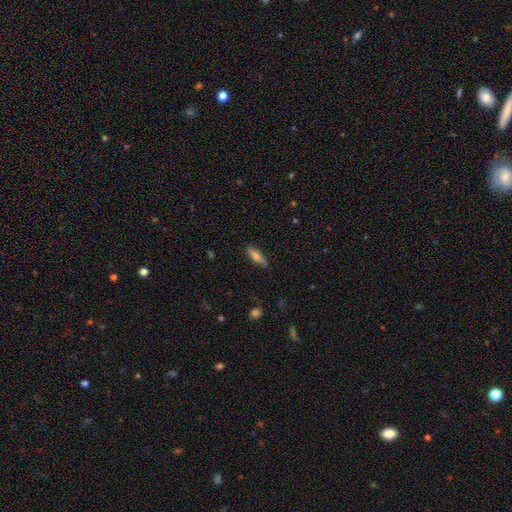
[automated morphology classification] Q: Smooth or featured?
A: smooth (71%); runner-up: featured or disk (21%)
Q: How rounded?
A: cigar-shaped (59%); runner-up: in between (39%)
Q: Merging?
A: none (81%); runner-up: minor disturbance (15%)